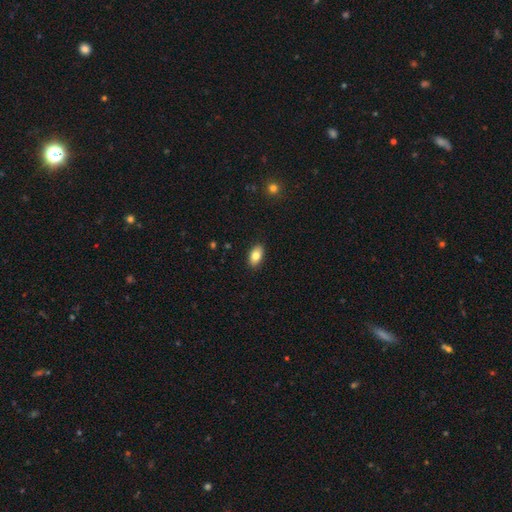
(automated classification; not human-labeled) Smooth or featured: smooth — 81% (featured or disk — 12%)
How rounded: in between — 91% (round — 6%)
Merging: none — 89% (minor disturbance — 8%)